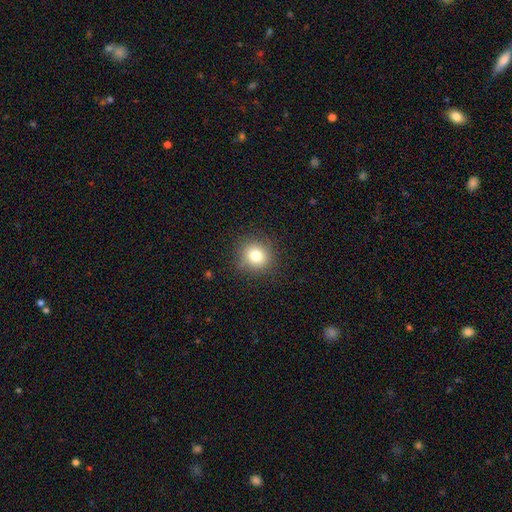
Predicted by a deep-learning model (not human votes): Morphology: type=smooth (78%); roundness=round (87%); merging=none (86%).